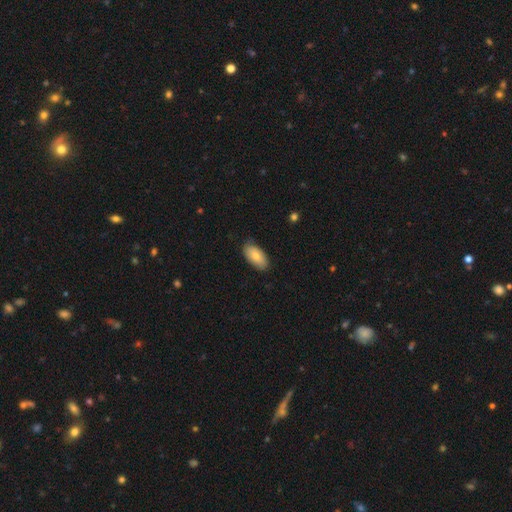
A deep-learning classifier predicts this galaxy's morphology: Smooth or featured: smooth — 80% (featured or disk — 14%)
How rounded: in between — 94% (cigar-shaped — 3%)
Merging: none — 80% (minor disturbance — 17%)